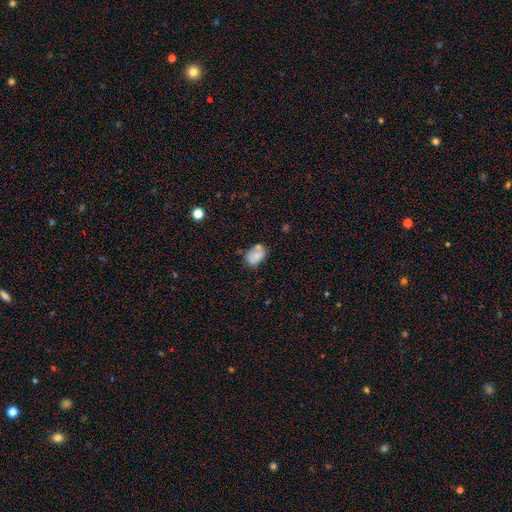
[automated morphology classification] smooth_or_featured: smooth (p=0.73) [alt: featured or disk p=0.18]
how_rounded: in between (p=0.80) [alt: round p=0.19]
merging: none (p=0.56) [alt: minor disturbance p=0.24]